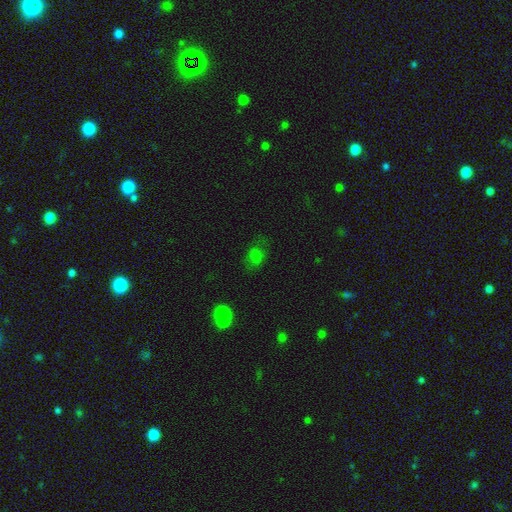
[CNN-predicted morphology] Smooth or featured? smooth (72%)
How rounded? in between (70%)
Merging? none (63%)